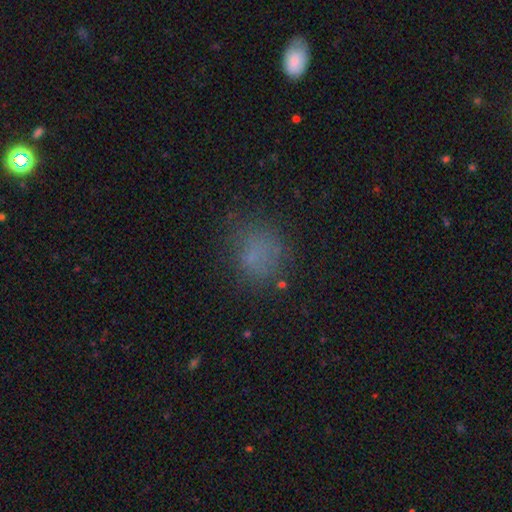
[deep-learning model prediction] smooth_or_featured: smooth (p=0.67) [alt: star or artifact p=0.22]
how_rounded: round (p=0.76) [alt: in between p=0.23]
merging: none (p=0.69) [alt: minor disturbance p=0.19]